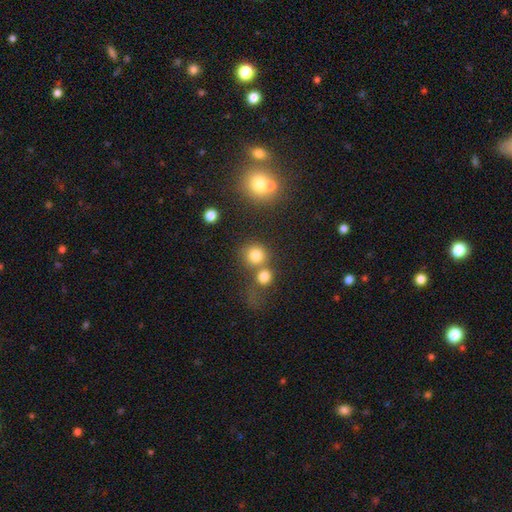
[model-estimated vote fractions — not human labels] Smooth or featured? Predicted: smooth (p=0.79). How rounded? Predicted: round (p=0.89). Merging? Predicted: none (p=0.57).